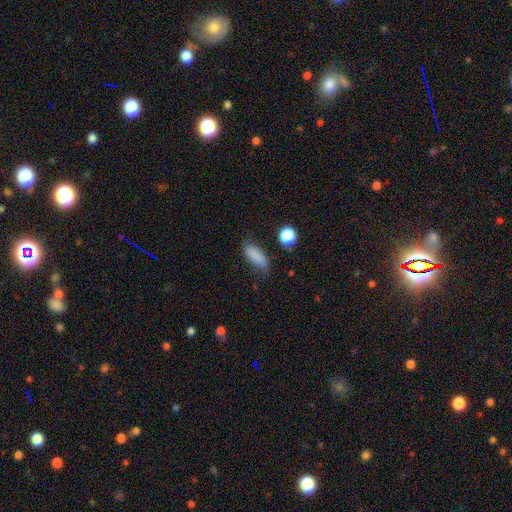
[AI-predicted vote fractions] Smooth or featured: smooth — 83% (star or artifact — 9%)
How rounded: in between — 67% (cigar-shaped — 28%)
Merging: none — 64% (minor disturbance — 25%)